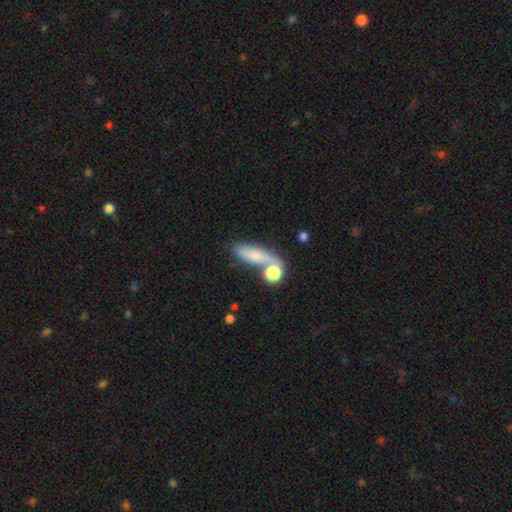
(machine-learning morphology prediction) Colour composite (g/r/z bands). It shows a smooth galaxy with no disk features (67%) that is cigar-shaped (48%). Merging: none (51%).